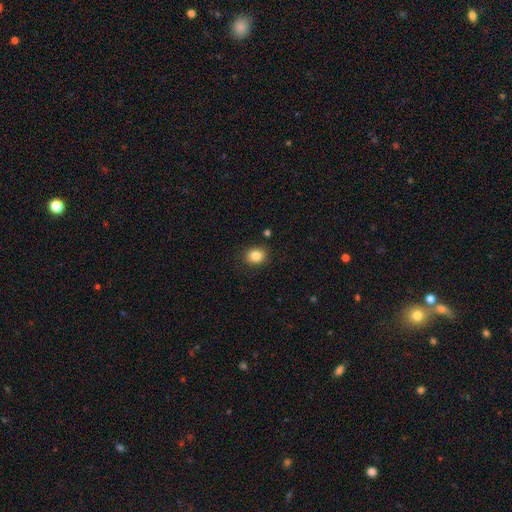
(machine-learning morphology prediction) smooth 84%, star or artifact 10%, featured or disk 6%. Down the decision tree: how rounded — round (62%); merging — none (87%).